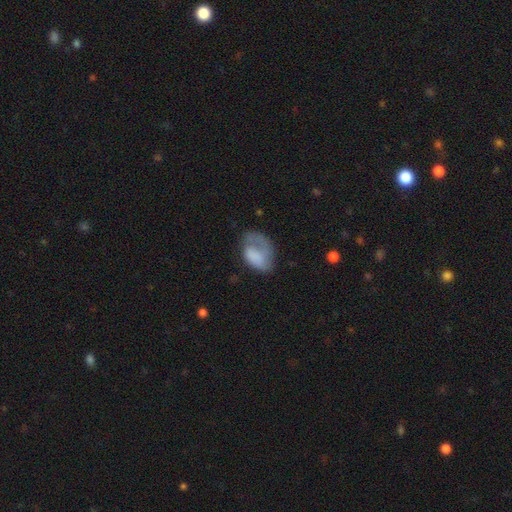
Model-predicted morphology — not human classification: This appears to be a smooth galaxy with no disk features (59%) that is in between round and cigar-shaped (82%). Merging: major disturbance (43%).